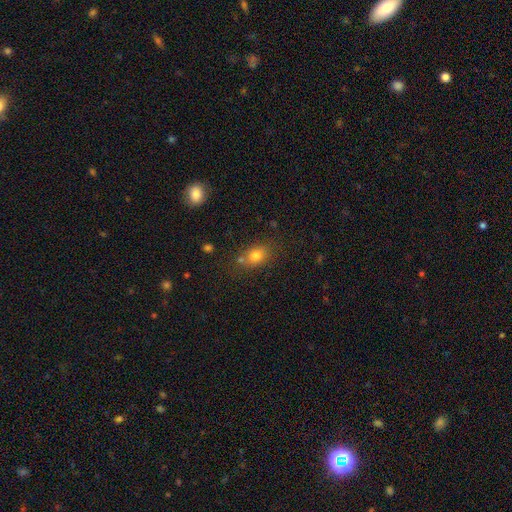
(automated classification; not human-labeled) Smooth or featured: smooth — 77% (star or artifact — 13%)
How rounded: in between — 63% (round — 34%)
Merging: none — 68% (minor disturbance — 15%)